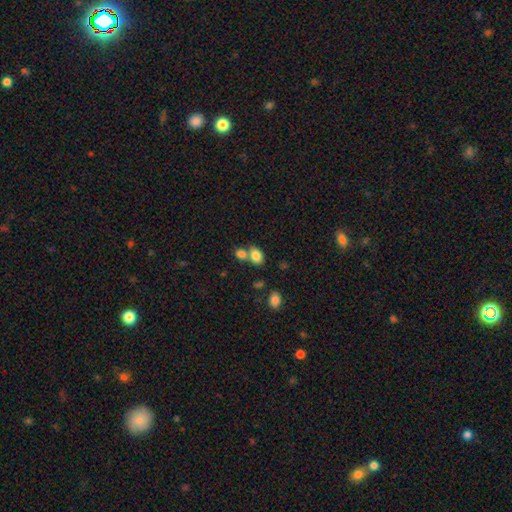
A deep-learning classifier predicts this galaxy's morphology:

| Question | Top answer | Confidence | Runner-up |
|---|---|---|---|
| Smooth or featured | smooth | 82% | star or artifact (10%) |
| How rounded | in between | 72% | round (26%) |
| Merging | none | 46% | merger (40%) |